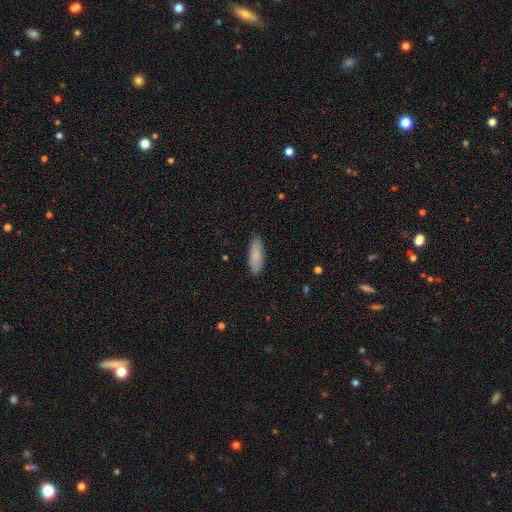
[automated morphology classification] Q: Smooth or featured?
A: smooth (85%); runner-up: featured or disk (10%)
Q: How rounded?
A: in between (63%); runner-up: cigar-shaped (36%)
Q: Merging?
A: none (87%); runner-up: minor disturbance (10%)